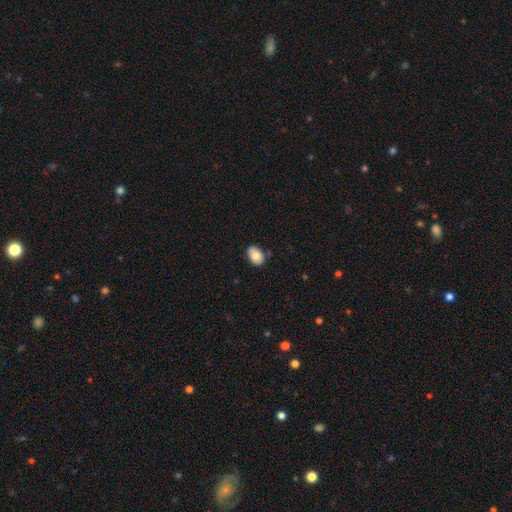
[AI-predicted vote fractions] Smooth or featured? smooth (81%)
How rounded? in between (83%)
Merging? none (80%)